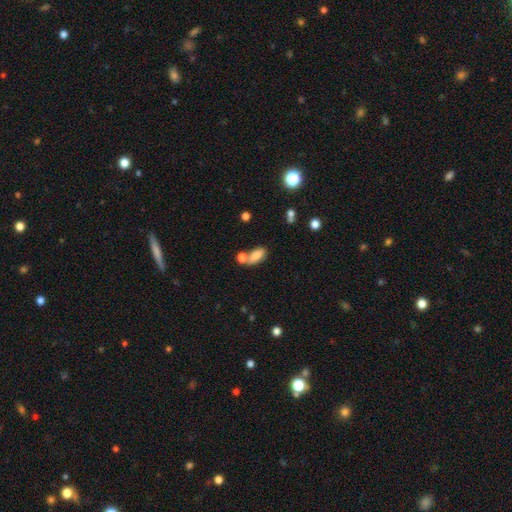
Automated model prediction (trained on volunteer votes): Morphology: type=smooth (80%); roundness=in between (86%); merging=none (49%).